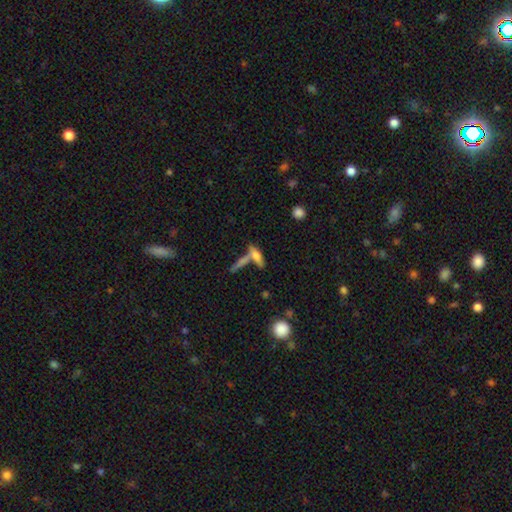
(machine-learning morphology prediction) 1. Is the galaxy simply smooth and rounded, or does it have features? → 59% smooth, 31% featured or disk, 10% star or artifact.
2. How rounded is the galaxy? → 60% cigar-shaped, 36% in between, 4% round.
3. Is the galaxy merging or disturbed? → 46% none, 36% merger, 11% minor disturbance, 6% major disturbance.